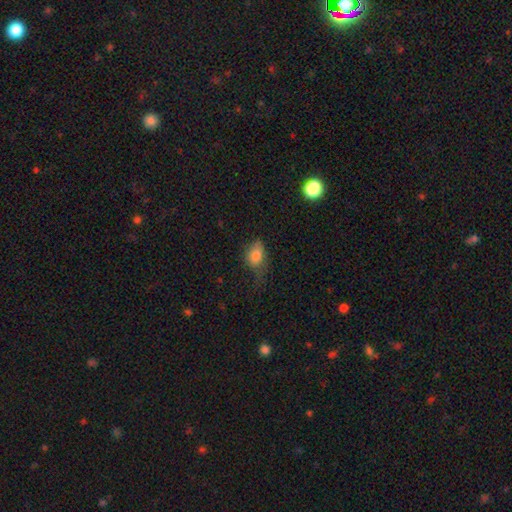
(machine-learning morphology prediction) Smooth or featured: smooth — 81% (star or artifact — 10%)
How rounded: in between — 82% (round — 15%)
Merging: minor disturbance — 36% (none — 34%)